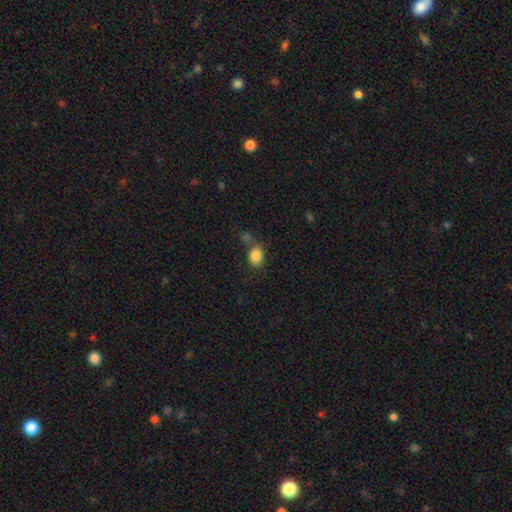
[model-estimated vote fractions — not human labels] A smooth galaxy with no disk features (85%) that is in between round and cigar-shaped (60%).

Vote fractions:
- Smooth or featured? smooth: 85% / star or artifact: 9% / featured or disk: 6%
- How rounded? in between: 60% / round: 39% / cigar-shaped: 1%
- Merging? none: 54% / merger: 22% / minor disturbance: 16% / major disturbance: 7%